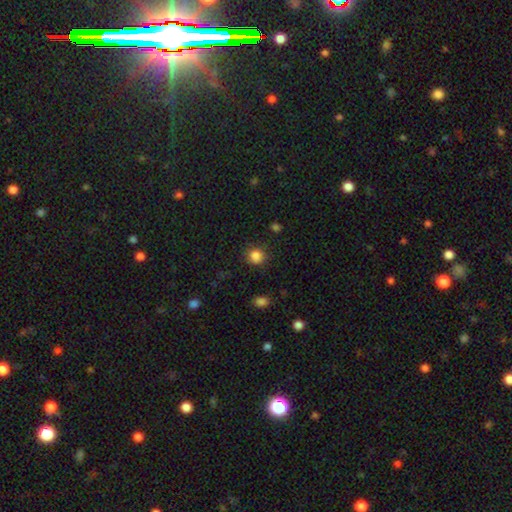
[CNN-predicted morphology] The model was most divided on "smooth or featured": smooth: 85%, star or artifact: 11%, featured or disk: 4%. More confident: how rounded — round (89%); merging — none (86%).